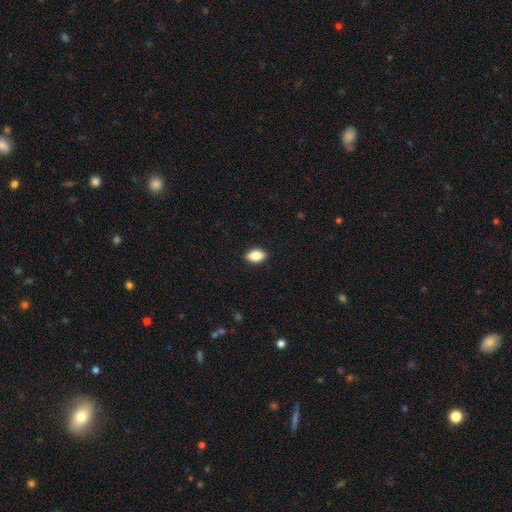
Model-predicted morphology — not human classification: smooth 82%, featured or disk 10%, star or artifact 7%. Down the decision tree: how rounded — in between (89%); merging — none (89%).